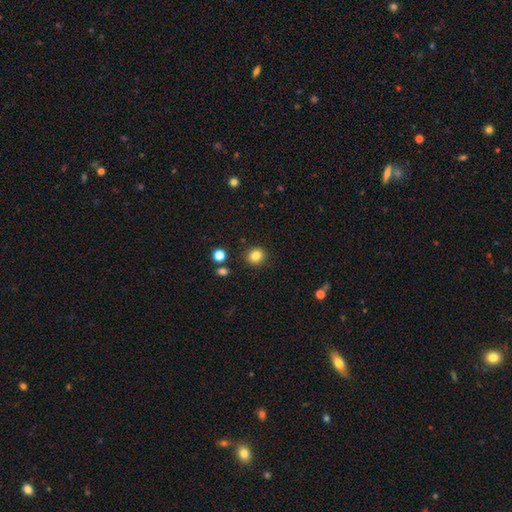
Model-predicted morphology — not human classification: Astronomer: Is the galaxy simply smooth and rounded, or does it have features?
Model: smooth — 83%.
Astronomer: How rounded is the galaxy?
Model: round — 84%.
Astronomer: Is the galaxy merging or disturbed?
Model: none — 89%.